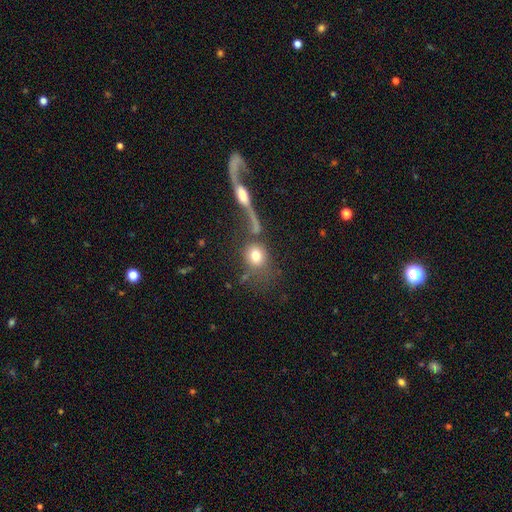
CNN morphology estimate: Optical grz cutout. It shows a smooth galaxy with no disk features (74%) that is round (67%). Merging: none (46%).